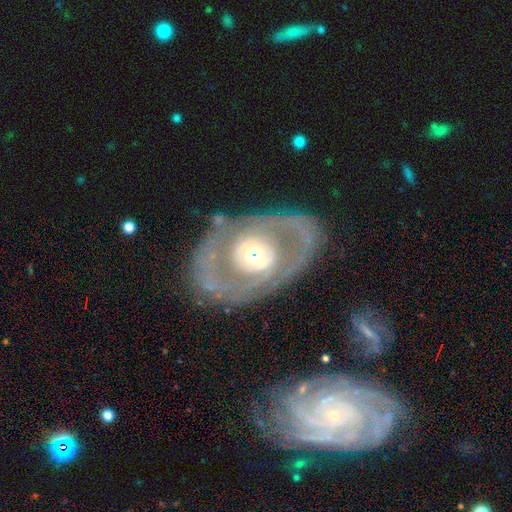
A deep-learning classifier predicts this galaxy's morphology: smooth-or-featured: featured or disk: 77% | smooth: 18% | star or artifact: 5%
  disk-edge-on: no: 94% | yes: 6%
    bar: no: 67% | weak: 22% | strong: 11%
    has-spiral-arms: no: 54% | yes: 46%
    bulge-size: moderate: 56% | small: 21% | large: 18% | dominant: 3% | none: 1%
  merging: none: 74% | minor disturbance: 13% | major disturbance: 11% | merger: 3%